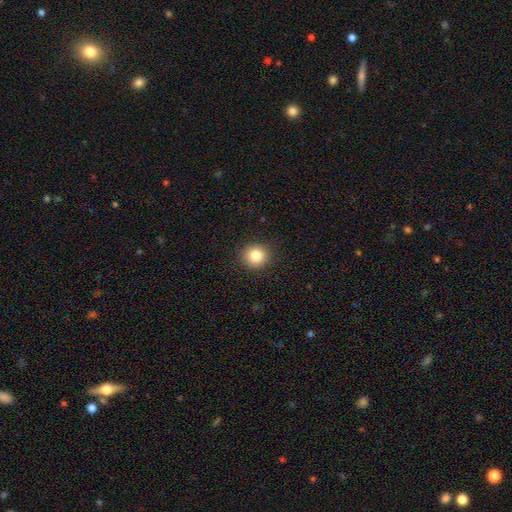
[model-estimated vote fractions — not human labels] This is clearly a smooth galaxy (84%). How rounded: clearly round (91%). Merging: clearly none (91%).